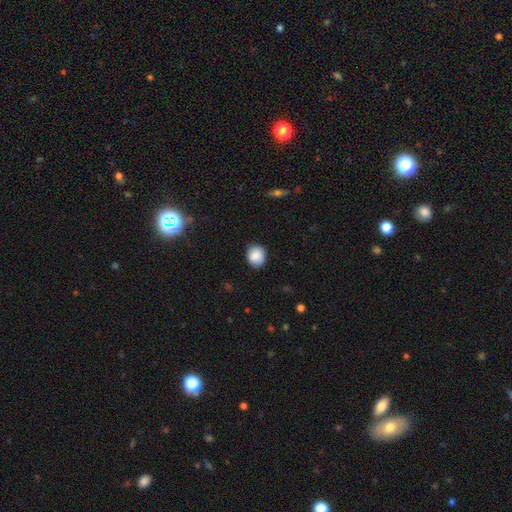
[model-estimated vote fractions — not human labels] smooth-or-featured: smooth: 87% | star or artifact: 8% | featured or disk: 5%
  how-rounded: round: 74% | in between: 25% | cigar-shaped: 1%
  merging: none: 85% | minor disturbance: 11% | major disturbance: 2% | merger: 1%